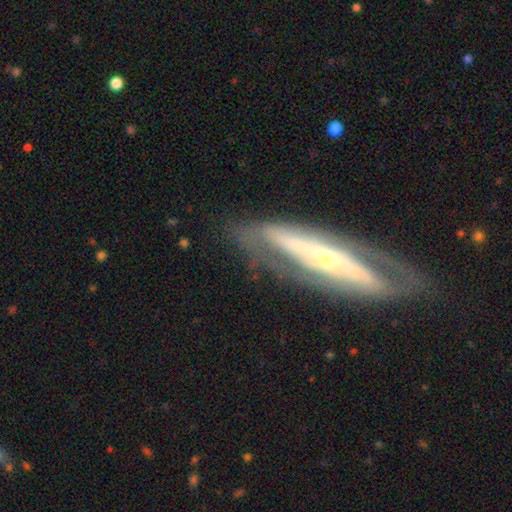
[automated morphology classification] featured or disk 79%, smooth 15%, star or artifact 6%. Down the decision tree: edge-on disk — no (59%); merging — none (74%).